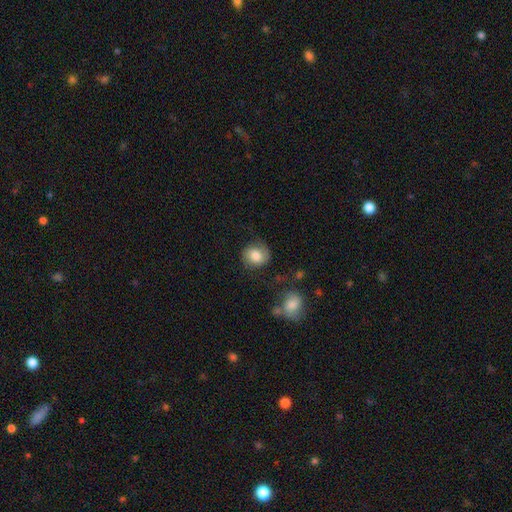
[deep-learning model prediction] Morphology: type=smooth (66%); roundness=round (72%); merging=none (68%).